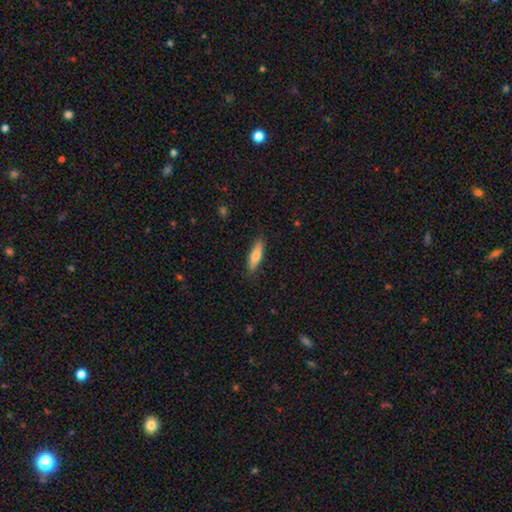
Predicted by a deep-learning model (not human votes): Smooth or featured? Predicted: smooth (p=0.75). How rounded? Predicted: cigar-shaped (p=0.59). Merging? Predicted: none (p=0.85).